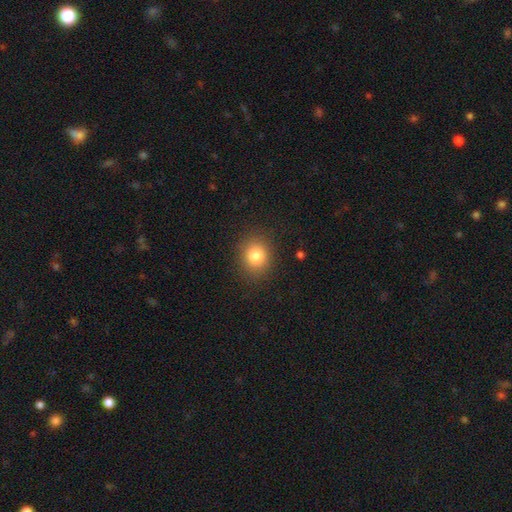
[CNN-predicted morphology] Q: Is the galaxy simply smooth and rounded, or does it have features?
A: smooth — 82%.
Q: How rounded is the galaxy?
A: round — 71%.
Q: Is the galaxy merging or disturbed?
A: none — 87%.